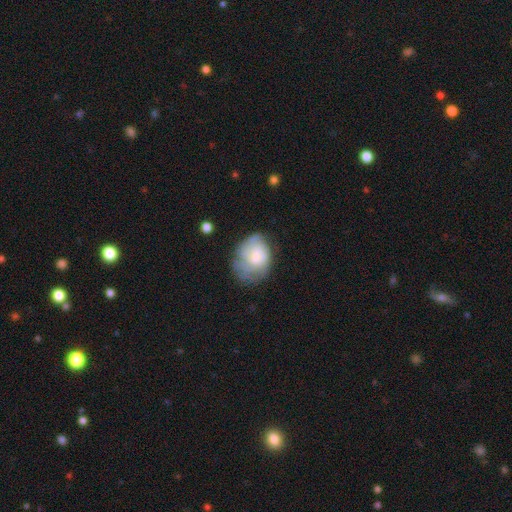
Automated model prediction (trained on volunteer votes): smooth 46% (tied), featured or disk 46% (tied), star or artifact 8%. Down the decision tree: merging — none (45%).